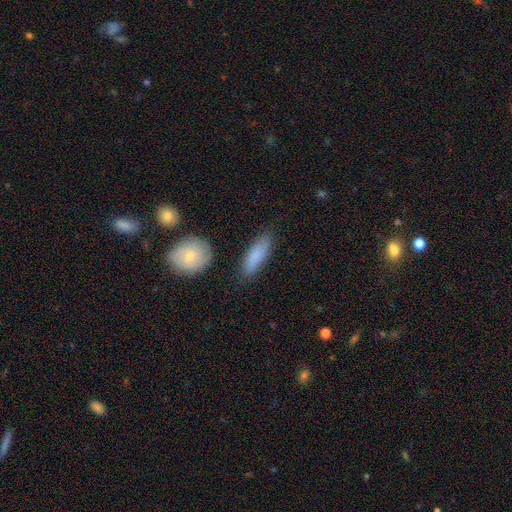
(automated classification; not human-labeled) A smooth galaxy with no disk features (80%) that is in between round and cigar-shaped (57%).

Vote fractions:
- Smooth or featured? smooth: 80% / featured or disk: 13% / star or artifact: 6%
- How rounded? in between: 57% / cigar-shaped: 40% / round: 3%
- Merging? none: 78% / minor disturbance: 14% / merger: 4% / major disturbance: 3%